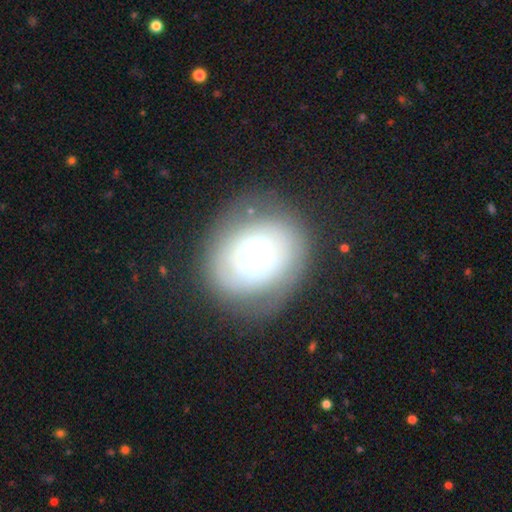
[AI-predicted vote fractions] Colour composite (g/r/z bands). It shows a featured or disk galaxy (45%). Merging: none (62%).